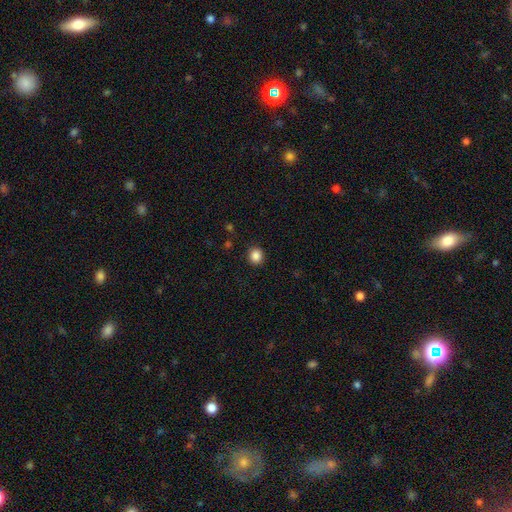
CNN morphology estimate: Smooth or featured?
  - smooth: 86% *
  - star or artifact: 11%
  - featured or disk: 3%
How rounded?
  - round: 86% *
  - in between: 13%
  - cigar-shaped: 1%
Merging?
  - none: 91% *
  - minor disturbance: 6%
  - major disturbance: 2%
  - merger: 1%